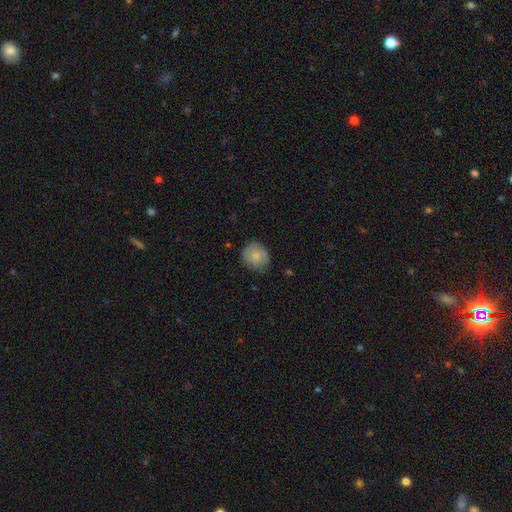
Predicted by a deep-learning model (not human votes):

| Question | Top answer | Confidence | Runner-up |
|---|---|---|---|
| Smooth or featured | smooth | 80% | featured or disk (13%) |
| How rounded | round | 83% | in between (16%) |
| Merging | none | 79% | minor disturbance (17%) |